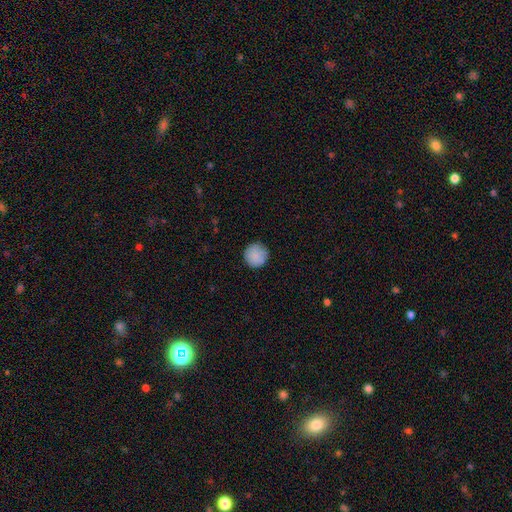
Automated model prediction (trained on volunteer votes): The model was most divided on "merging": none: 88%, minor disturbance: 9%, major disturbance: 2%, merger: 1%. More confident: how rounded — round (95%); smooth or featured — smooth (88%).